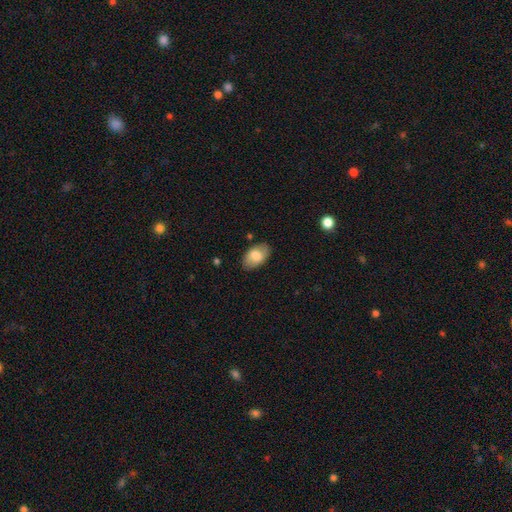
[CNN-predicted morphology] Q: Smooth or featured?
A: smooth (76%); runner-up: featured or disk (18%)
Q: How rounded?
A: in between (93%); runner-up: round (6%)
Q: Merging?
A: none (82%); runner-up: minor disturbance (13%)